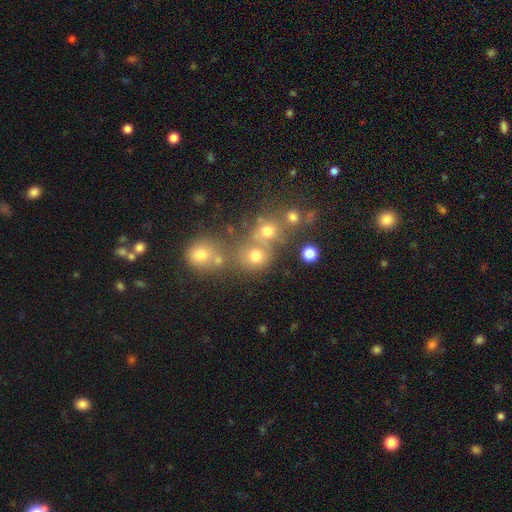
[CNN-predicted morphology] A smooth galaxy with no disk features (71%) that is round (81%). Merging: none (54%).